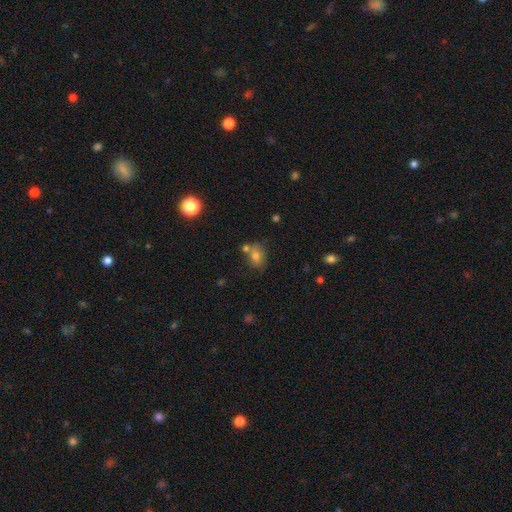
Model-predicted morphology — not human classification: The model was most divided on "merging": none: 54%, merger: 23%, minor disturbance: 17%, major disturbance: 6%. More confident: smooth or featured — smooth (73%); how rounded — in between (65%).